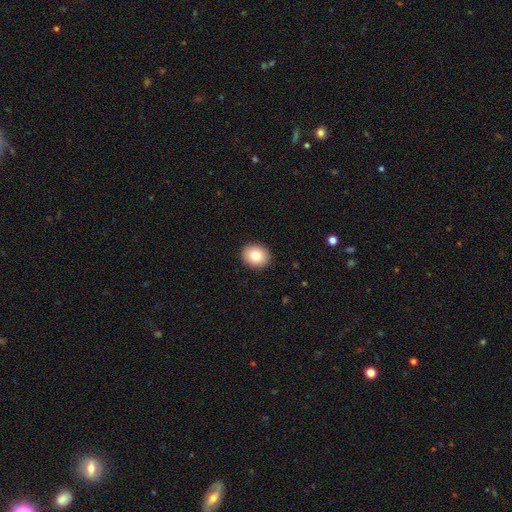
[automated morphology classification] Q: Smooth or featured?
A: smooth (81%); runner-up: featured or disk (10%)
Q: How rounded?
A: round (61%); runner-up: in between (38%)
Q: Merging?
A: none (91%); runner-up: minor disturbance (6%)